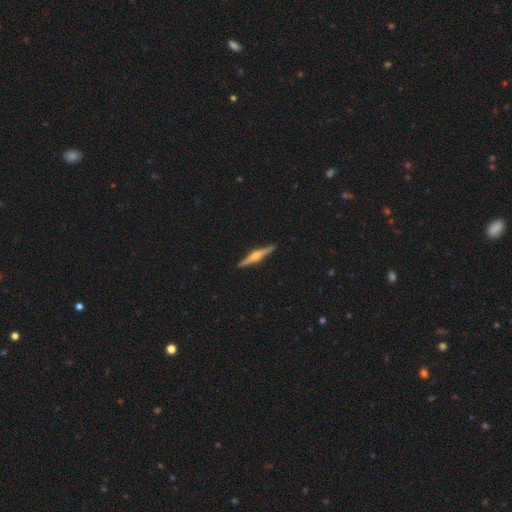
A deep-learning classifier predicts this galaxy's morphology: featured or disk 78%, smooth 17%, star or artifact 5%. Down the decision tree: edge-on disk — yes (98%); edge-on bulge — rounded (92%); merging — none (92%).